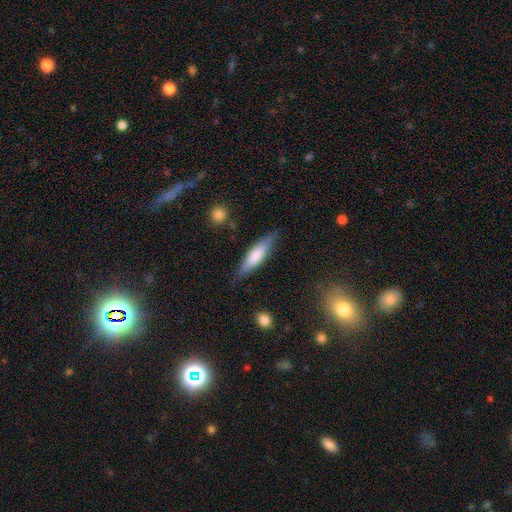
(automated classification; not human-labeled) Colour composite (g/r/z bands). It shows a smooth galaxy with no disk features (66%) that is cigar-shaped (68%). Merging: none (80%).